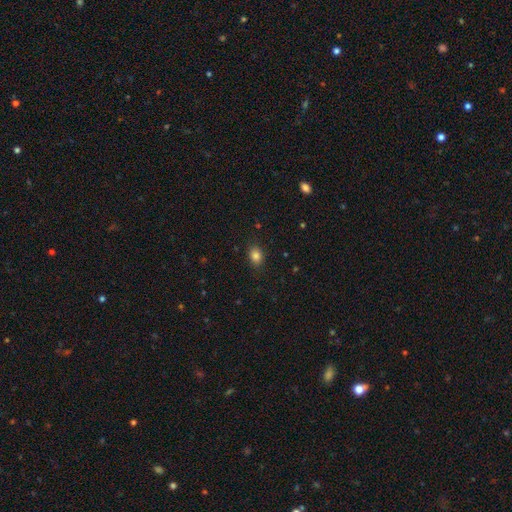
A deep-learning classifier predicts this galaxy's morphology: Smooth or featured? Predicted: smooth (p=0.84). How rounded? Predicted: in between (p=0.71). Merging? Predicted: none (p=0.87).